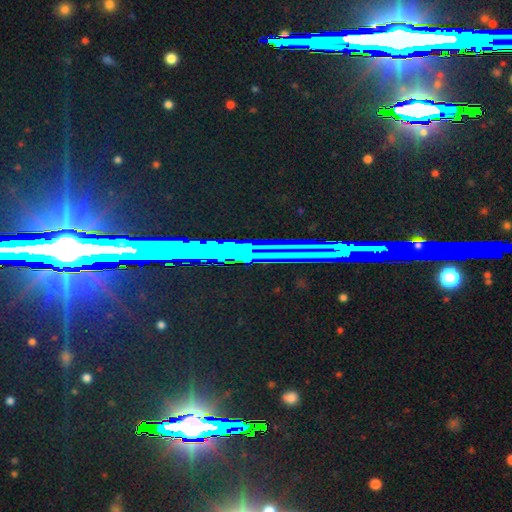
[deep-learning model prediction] The model was most divided on "smooth or featured": star or artifact: 81%, featured or disk: 12%, smooth: 7%.